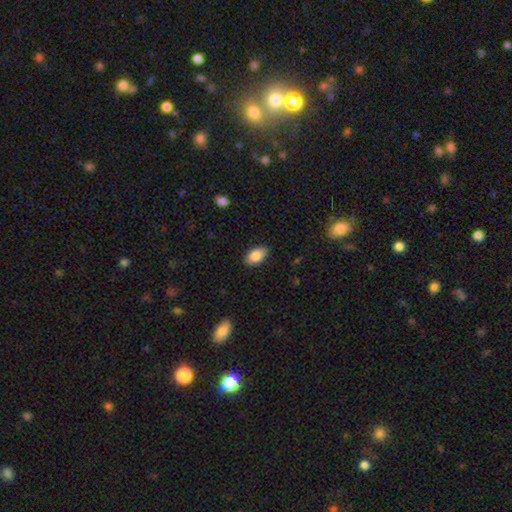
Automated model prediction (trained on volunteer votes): Smooth or featured?
  - smooth: 87% *
  - star or artifact: 7%
  - featured or disk: 6%
How rounded?
  - in between: 93% *
  - round: 6%
  - cigar-shaped: 1%
Merging?
  - none: 87% *
  - minor disturbance: 10%
  - major disturbance: 2%
  - merger: 1%